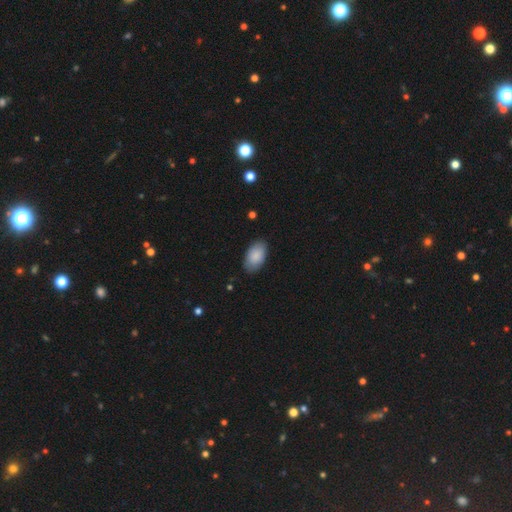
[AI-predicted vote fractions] A smooth galaxy with no disk features (88%) that is in between round and cigar-shaped (94%).

Vote fractions:
- Smooth or featured? smooth: 88% / featured or disk: 6% / star or artifact: 6%
- How rounded? in between: 94% / round: 4% / cigar-shaped: 1%
- Merging? none: 84% / minor disturbance: 13% / major disturbance: 3% / merger: 1%